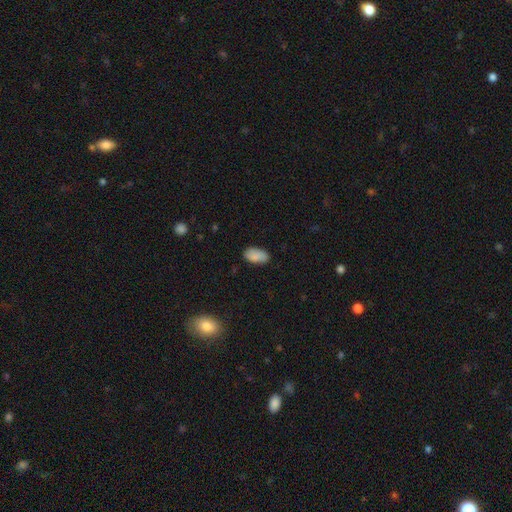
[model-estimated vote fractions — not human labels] smooth 86%, star or artifact 7%, featured or disk 7%. Down the decision tree: how rounded — in between (94%); merging — none (83%).